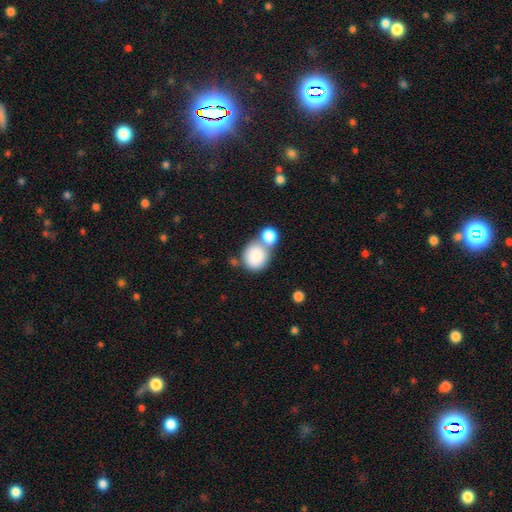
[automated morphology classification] Smooth or featured? Predicted: smooth (p=0.83). How rounded? Predicted: round (p=0.73). Merging? Predicted: merger (p=0.46).